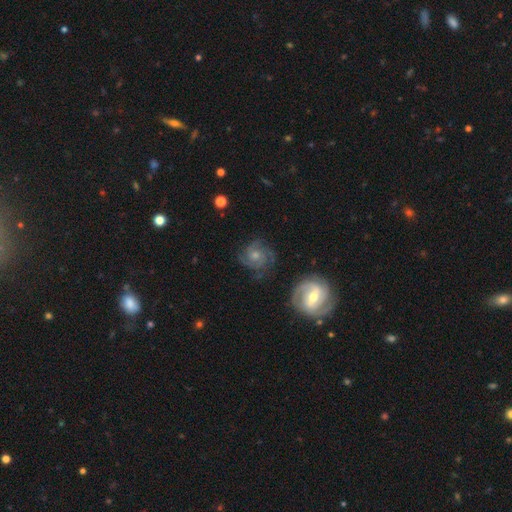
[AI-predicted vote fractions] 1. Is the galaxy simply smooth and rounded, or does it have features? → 77% featured or disk, 16% smooth, 8% star or artifact.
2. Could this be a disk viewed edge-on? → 97% no, 3% yes.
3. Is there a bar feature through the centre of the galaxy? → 71% no, 25% weak, 4% strong.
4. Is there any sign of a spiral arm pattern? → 95% yes, 5% no.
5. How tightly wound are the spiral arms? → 51% tight, 39% medium, 10% loose.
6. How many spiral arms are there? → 40% 3, 19% 2, 19% can't tell, 13% 4, 5% 1, 5% more than 4.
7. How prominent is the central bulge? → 51% moderate, 39% small, 4% none, 4% large, 1% dominant.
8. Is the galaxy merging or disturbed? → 72% none, 17% minor disturbance, 9% major disturbance, 3% merger.